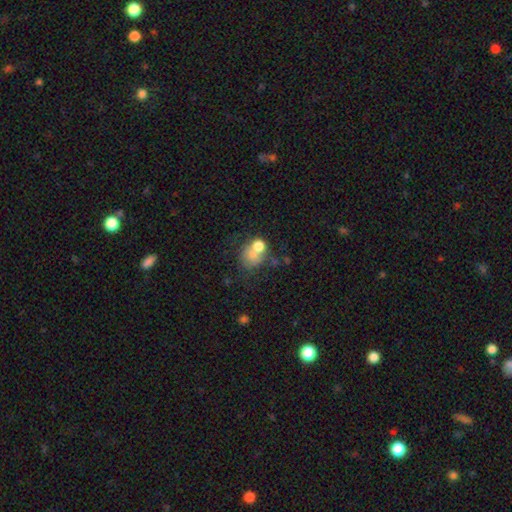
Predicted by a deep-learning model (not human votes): This appears to be a smooth galaxy with no disk features (66%) that is round (65%). Merging: merger (43%).